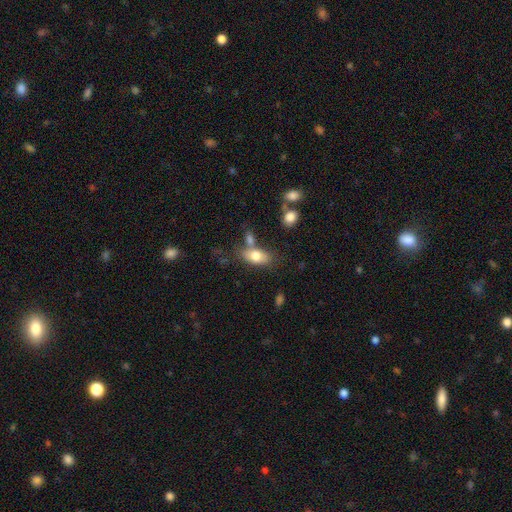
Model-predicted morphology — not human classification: Overall: smooth (77%). How rounded: in between (88%). Merging: none (59%; merger 19%).